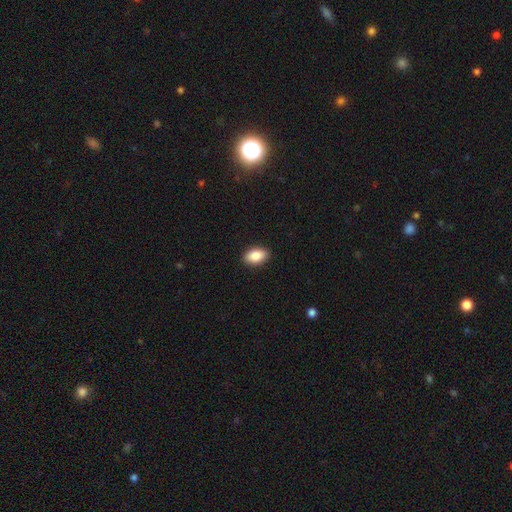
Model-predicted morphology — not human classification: Smooth or featured: smooth — 87% (star or artifact — 7%)
How rounded: in between — 91% (round — 7%)
Merging: none — 90% (minor disturbance — 7%)